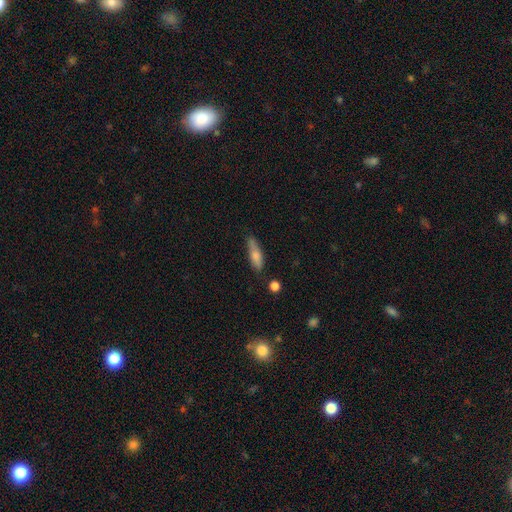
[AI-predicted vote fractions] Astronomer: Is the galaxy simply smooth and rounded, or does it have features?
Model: smooth — 74%.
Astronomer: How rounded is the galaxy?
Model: cigar-shaped — 58% (runner-up: in between, 39%).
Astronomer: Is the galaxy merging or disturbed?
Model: none — 67%.